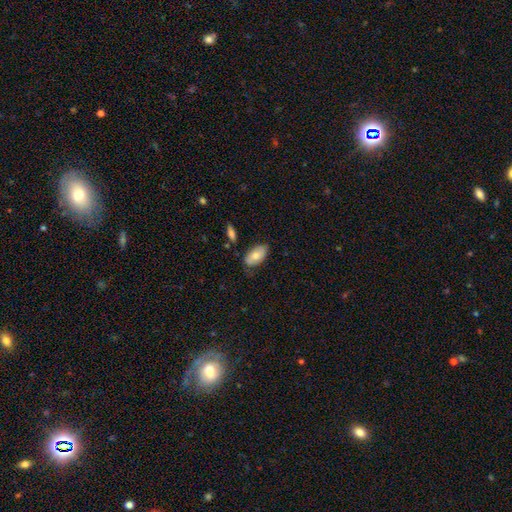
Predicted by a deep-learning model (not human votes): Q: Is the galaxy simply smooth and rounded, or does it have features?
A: smooth — 74%.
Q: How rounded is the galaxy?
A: in between — 94%.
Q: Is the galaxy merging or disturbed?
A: none — 70%.